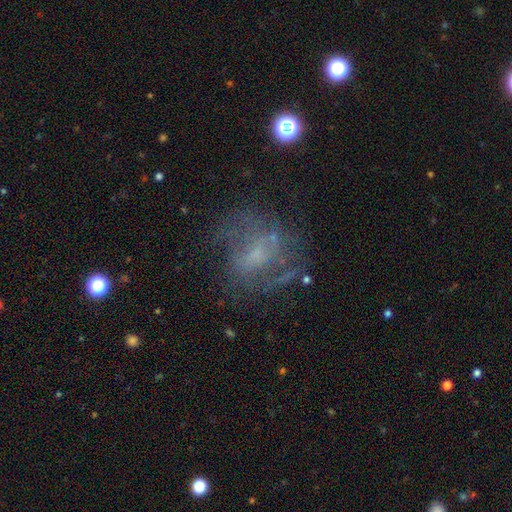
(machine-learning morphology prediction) A featured or disk galaxy (56%) with no bar (60%), no spiral arms (53%) and a small central bulge (41%). Merging: none (53%).